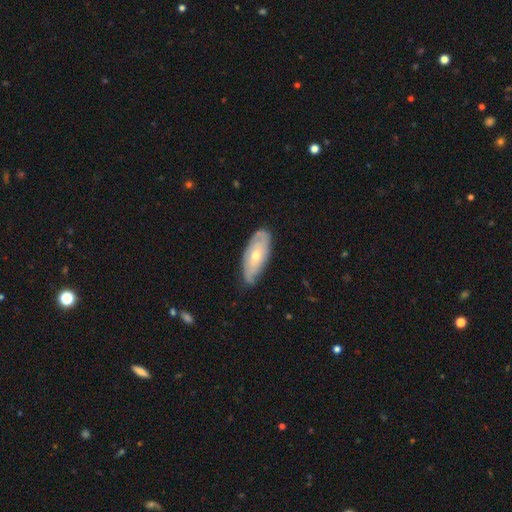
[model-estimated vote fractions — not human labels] featured or disk 53%, smooth 41%, star or artifact 6%. Down the decision tree: edge-on disk — no (80%); merging — none (73%).